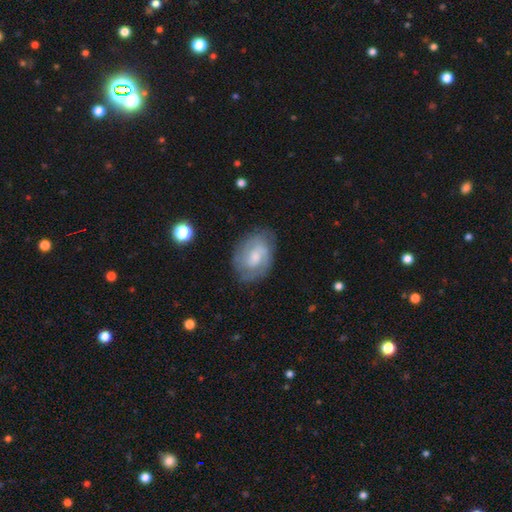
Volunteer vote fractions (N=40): Volunteers were most divided on "bar": weak: 53%, no: 38%, strong: 9%. Remaining: edge-on disk — no (100%); merging — none (82%); spiral arms — yes (81%); smooth or featured — featured or disk (80%); spiral winding — medium (54%); spiral arm count — 2 (54%); bulge size — moderate (44%).